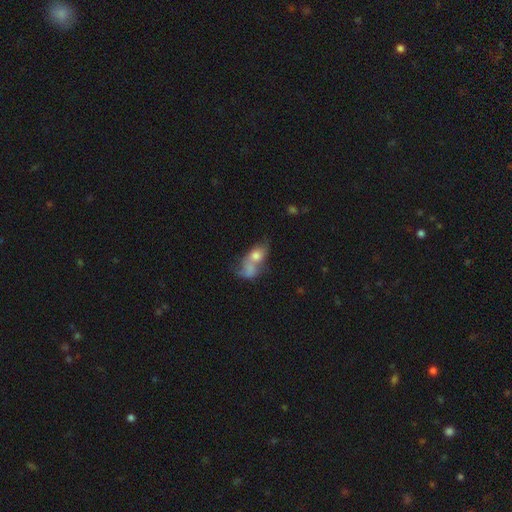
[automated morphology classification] Smooth or featured?
  - smooth: 60% *
  - featured or disk: 30%
  - star or artifact: 10%
How rounded?
  - in between: 75% *
  - round: 18%
  - cigar-shaped: 6%
Merging?
  - merger: 61% *
  - none: 18%
  - major disturbance: 12%
  - minor disturbance: 10%